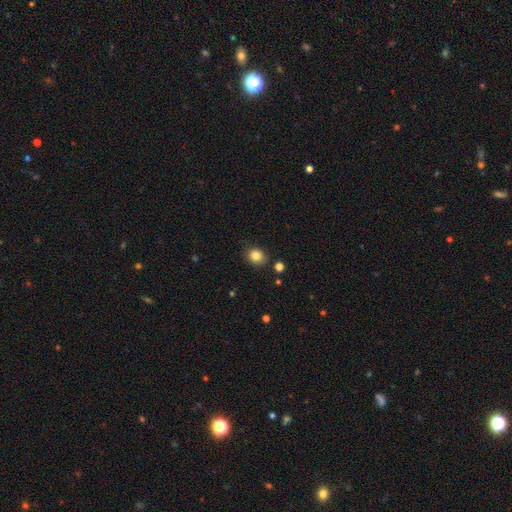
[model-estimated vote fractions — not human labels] smooth-or-featured: smooth: 83% | star or artifact: 11% | featured or disk: 6%
  how-rounded: round: 63% | in between: 36% | cigar-shaped: 1%
  merging: none: 83% | minor disturbance: 12% | major disturbance: 3% | merger: 2%